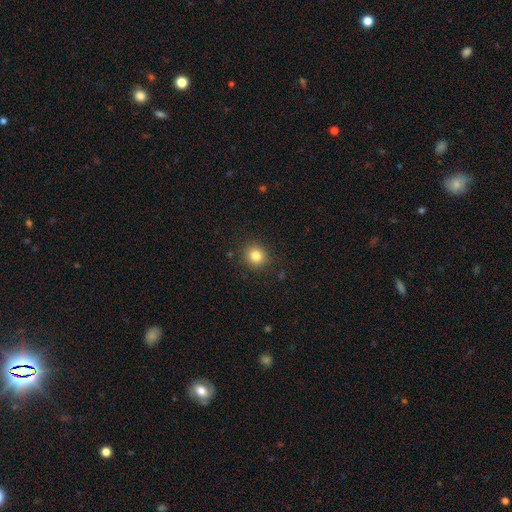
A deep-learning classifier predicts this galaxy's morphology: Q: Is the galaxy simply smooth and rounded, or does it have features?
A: smooth — 82%.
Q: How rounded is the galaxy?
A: round — 86%.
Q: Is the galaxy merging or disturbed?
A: none — 89%.